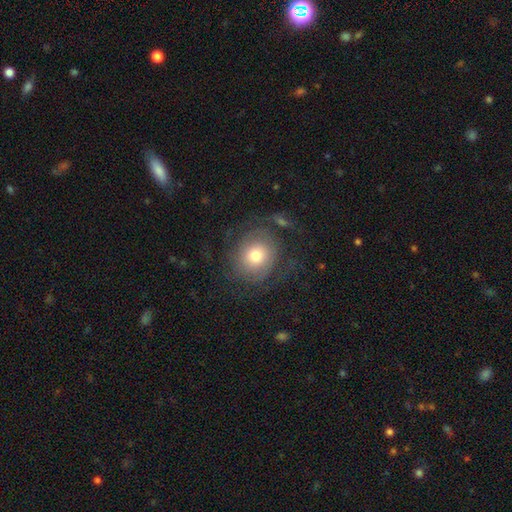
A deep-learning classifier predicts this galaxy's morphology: Overall: smooth (50%; featured or disk 41%). Merging: none (64%).